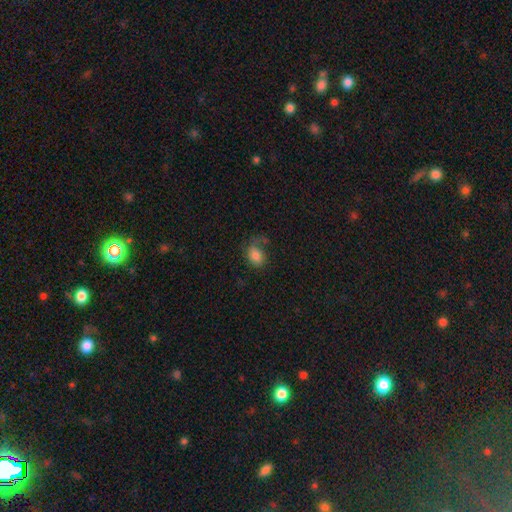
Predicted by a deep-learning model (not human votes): smooth-or-featured: smooth: 77% | featured or disk: 13% | star or artifact: 10%
  how-rounded: in between: 69% | round: 29% | cigar-shaped: 1%
  merging: none: 45% | minor disturbance: 25% | major disturbance: 22% | merger: 7%